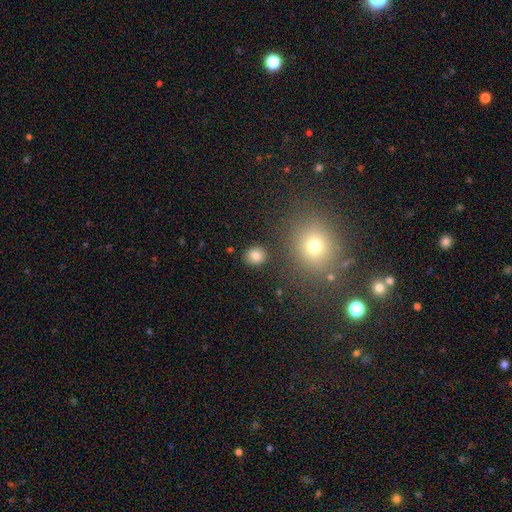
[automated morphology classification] smooth_or_featured: smooth (p=0.82) [alt: star or artifact p=0.12]
how_rounded: round (p=0.82) [alt: in between p=0.17]
merging: none (p=0.88) [alt: minor disturbance p=0.07]